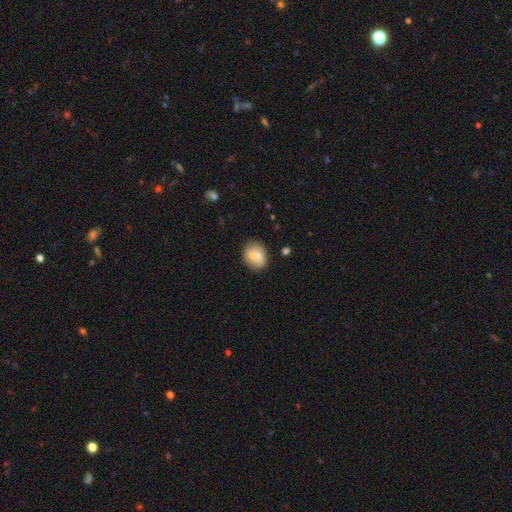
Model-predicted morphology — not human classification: Overall: smooth (74%). How rounded: in between (50%; round 48%). Merging: none (77%).